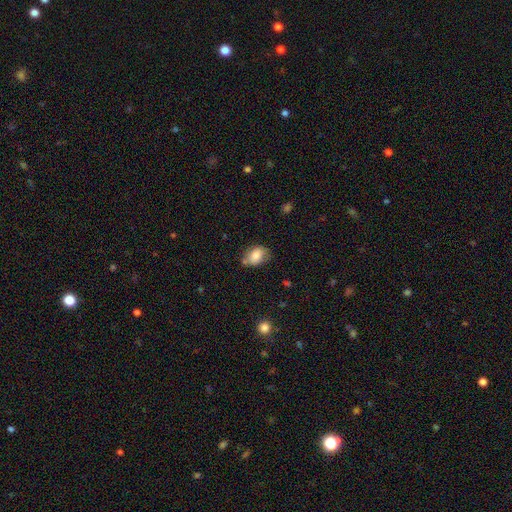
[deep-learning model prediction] Smooth or featured?
  - smooth: 80% *
  - featured or disk: 12%
  - star or artifact: 8%
How rounded?
  - in between: 78% *
  - round: 21%
  - cigar-shaped: 1%
Merging?
  - none: 61% *
  - minor disturbance: 25%
  - merger: 7%
  - major disturbance: 6%